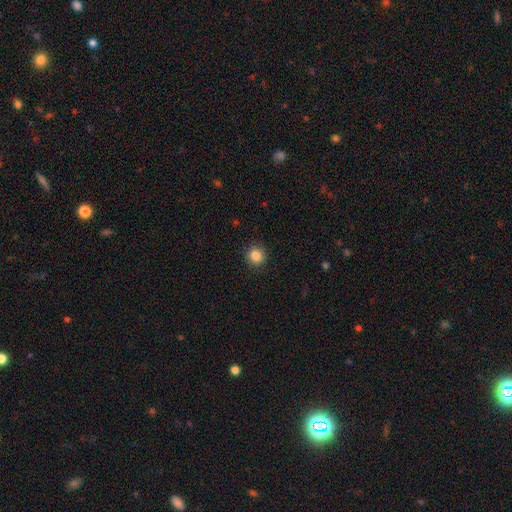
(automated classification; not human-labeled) Q: Smooth or featured?
A: smooth (87%); runner-up: star or artifact (10%)
Q: How rounded?
A: round (89%); runner-up: in between (10%)
Q: Merging?
A: none (90%); runner-up: minor disturbance (7%)